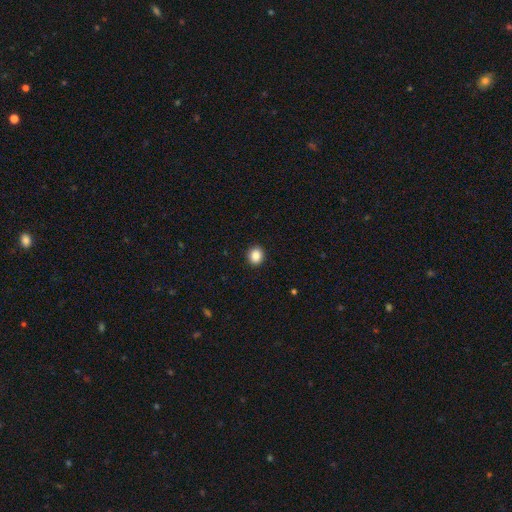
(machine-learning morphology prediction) Overall: smooth (87%). How rounded: round (79%). Merging: none (92%).